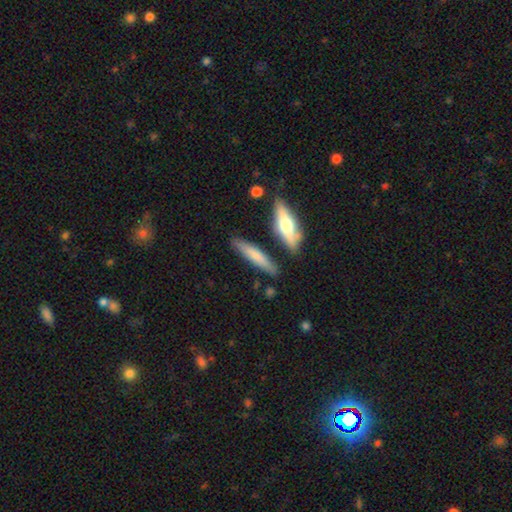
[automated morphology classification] A smooth galaxy with no disk features (66%) that is cigar-shaped (83%). Merging: none (80%).